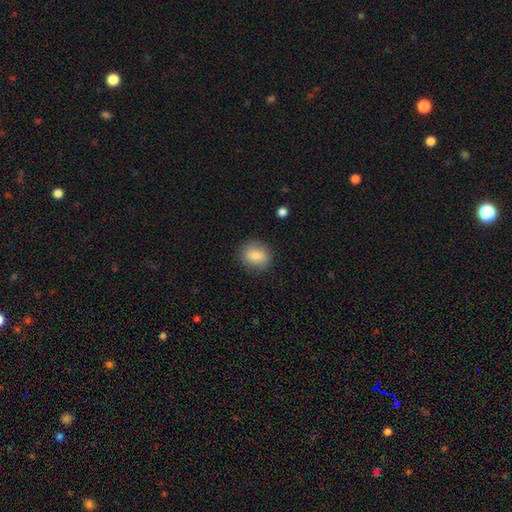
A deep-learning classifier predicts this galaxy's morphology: Q: Smooth or featured?
A: smooth (78%); runner-up: featured or disk (13%)
Q: How rounded?
A: round (69%); runner-up: in between (30%)
Q: Merging?
A: none (86%); runner-up: minor disturbance (10%)